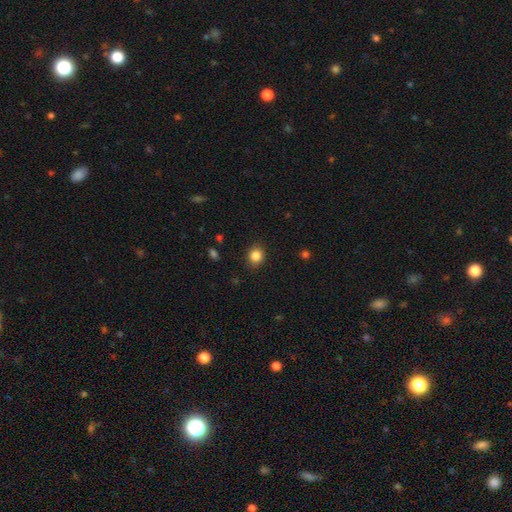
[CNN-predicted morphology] Smooth or featured? smooth (85%)
How rounded? round (80%)
Merging? none (89%)